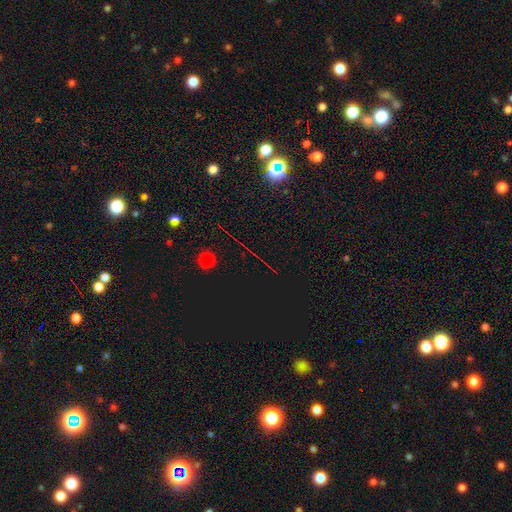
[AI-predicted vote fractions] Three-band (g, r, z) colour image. It shows a star or artifact, not a galaxy (77%).